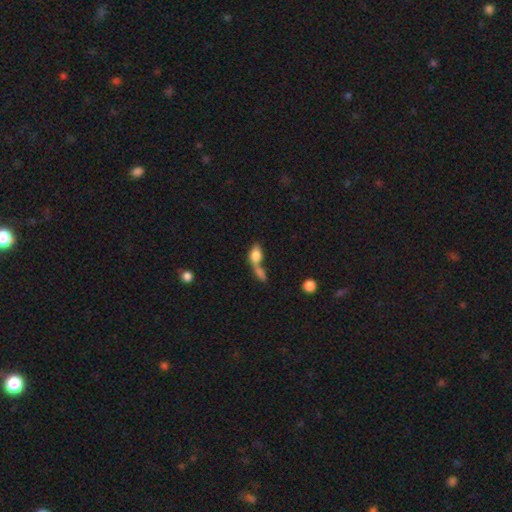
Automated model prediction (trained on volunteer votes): This is likely a smooth galaxy (78%). How rounded: likely in between (77%). Merging: likely merger (69%).